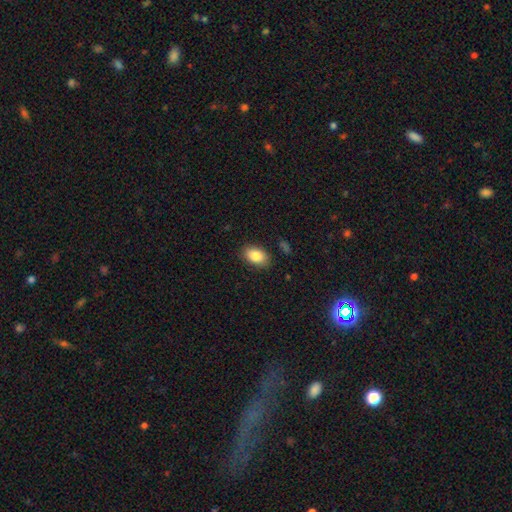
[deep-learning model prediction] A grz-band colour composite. It shows a smooth galaxy with no disk features (86%) that is in between round and cigar-shaped (89%). Merging: none (85%).